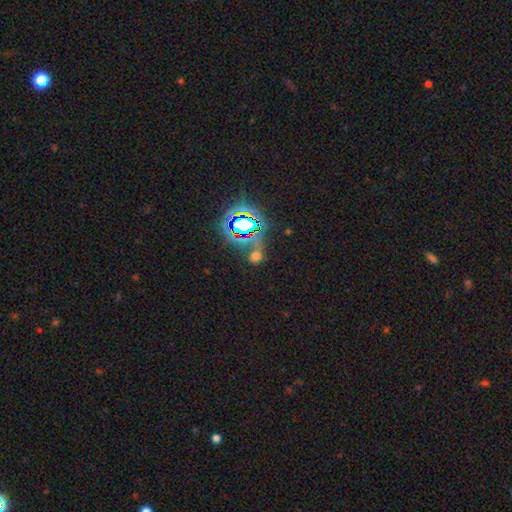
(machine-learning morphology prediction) The model was most divided on "smooth or featured": star or artifact: 48%, smooth: 43%, featured or disk: 10%.